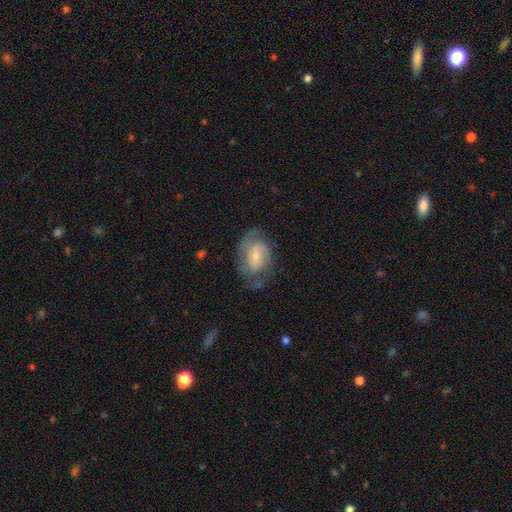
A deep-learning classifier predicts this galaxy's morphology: Smooth or featured? featured or disk (70%)
Edge-on disk? no (97%)
Bar? weak (48%)
Spiral arms? yes (88%)
Spiral winding? medium (46%)
Spiral arm count? 2 (62%)
Bulge size? small (63%)
Merging? none (60%)